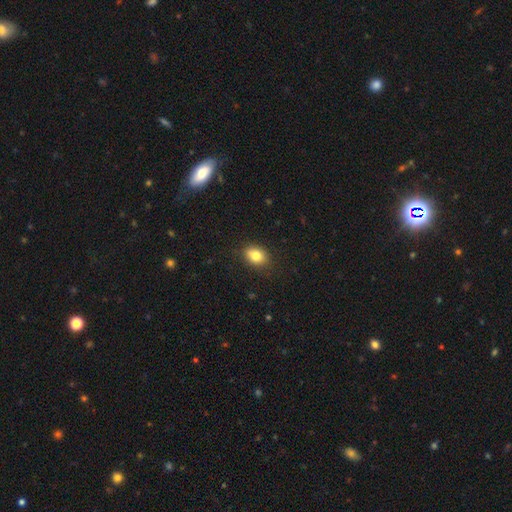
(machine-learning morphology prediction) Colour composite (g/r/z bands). It shows a smooth galaxy with no disk features (81%) that is in between round and cigar-shaped (62%). Merging: none (85%).